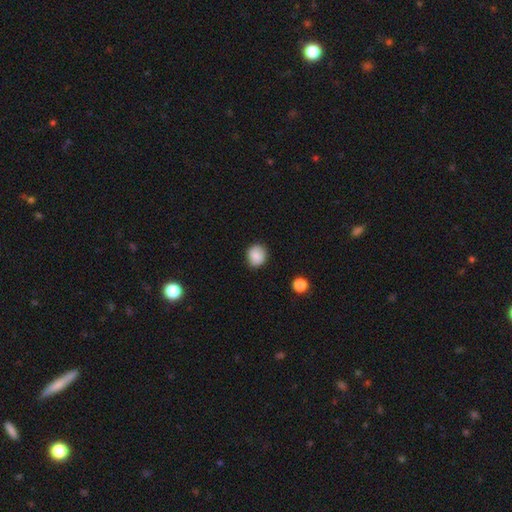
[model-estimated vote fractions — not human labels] This is clearly a smooth galaxy (85%). How rounded: likely round (79%). Merging: clearly none (85%).